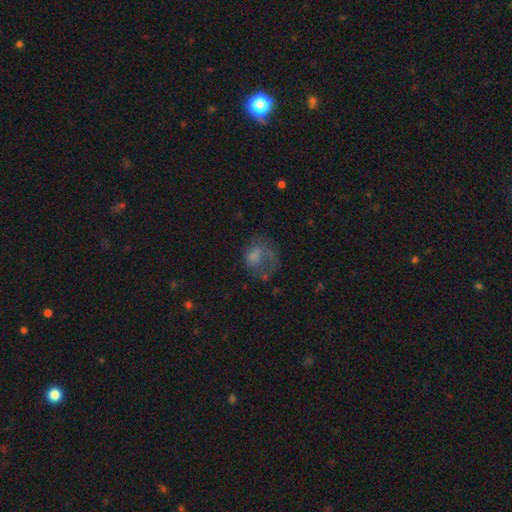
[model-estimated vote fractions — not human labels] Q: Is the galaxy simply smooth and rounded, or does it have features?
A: smooth — 57%.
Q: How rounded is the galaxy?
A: in between — 51%.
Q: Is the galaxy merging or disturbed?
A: major disturbance — 48%.